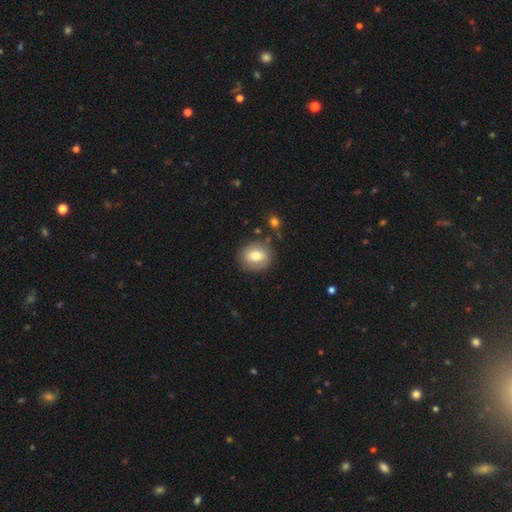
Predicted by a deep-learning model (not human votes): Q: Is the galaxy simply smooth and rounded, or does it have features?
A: smooth — 74%.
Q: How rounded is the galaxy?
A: round — 69%.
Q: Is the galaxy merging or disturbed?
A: none — 82%.